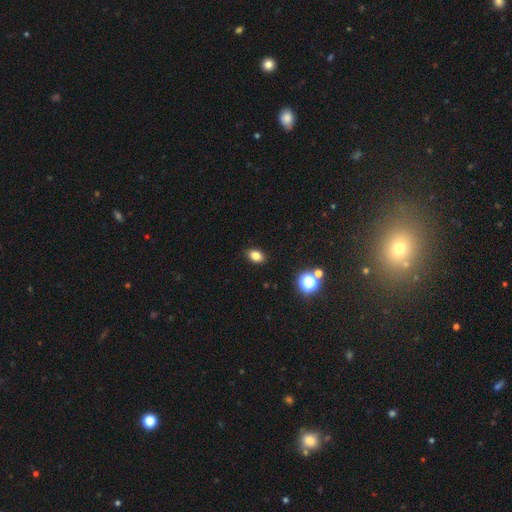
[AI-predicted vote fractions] Q: Smooth or featured?
A: smooth (81%); runner-up: star or artifact (13%)
Q: How rounded?
A: in between (79%); runner-up: round (19%)
Q: Merging?
A: none (89%); runner-up: minor disturbance (8%)